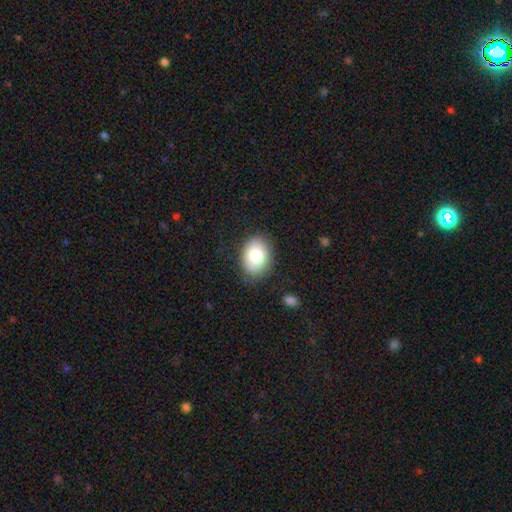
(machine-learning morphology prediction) Smooth or featured? Predicted: smooth (p=0.80). How rounded? Predicted: in between (p=0.74). Merging? Predicted: none (p=0.81).